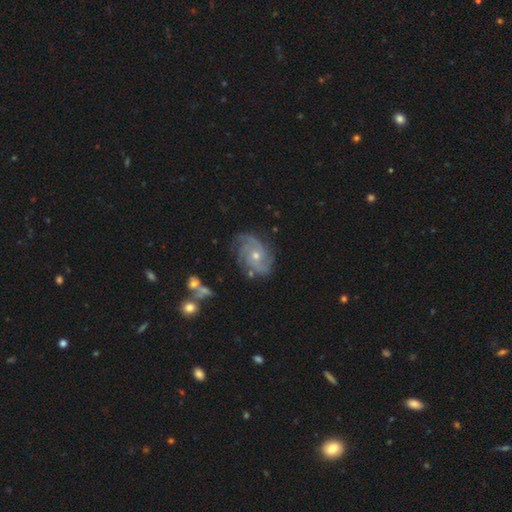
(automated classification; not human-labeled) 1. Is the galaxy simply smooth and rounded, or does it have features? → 84% featured or disk, 9% smooth, 8% star or artifact.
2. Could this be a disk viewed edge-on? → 97% no, 3% yes.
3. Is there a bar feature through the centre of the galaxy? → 75% no, 21% weak, 4% strong.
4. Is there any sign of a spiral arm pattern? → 96% yes, 4% no.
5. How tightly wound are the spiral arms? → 49% tight, 39% medium, 12% loose.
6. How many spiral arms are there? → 33% 3, 21% can't tell, 18% 2, 15% 4, 6% more than 4, 6% 1.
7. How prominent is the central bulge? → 50% small, 47% moderate, 1% large, 1% none, 1% dominant.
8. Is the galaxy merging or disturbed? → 74% none, 18% minor disturbance, 6% major disturbance, 2% merger.